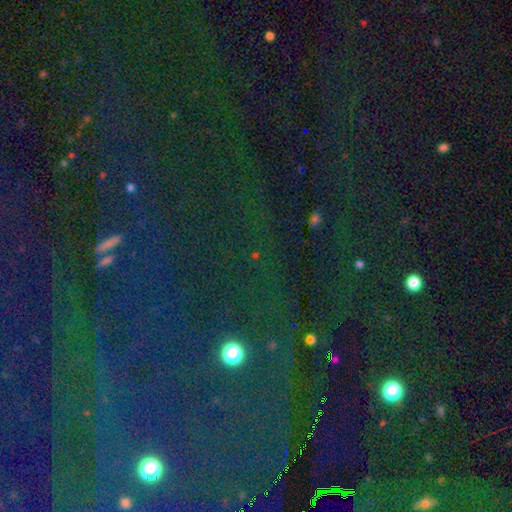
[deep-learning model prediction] Q: Smooth or featured?
A: star or artifact (73%); runner-up: smooth (19%)